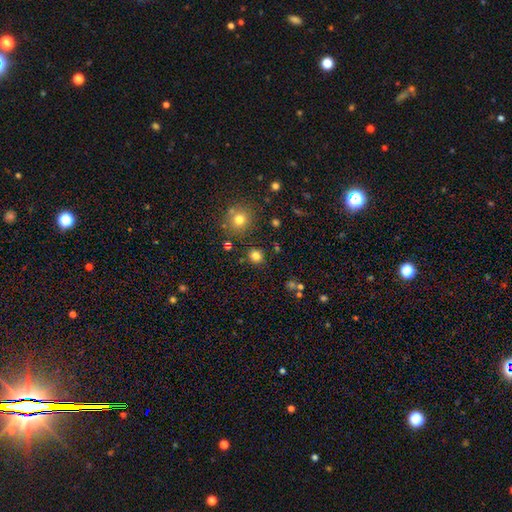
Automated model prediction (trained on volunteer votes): This appears to be a smooth galaxy with no disk features (80%) that is round (89%). Merging: none (86%).